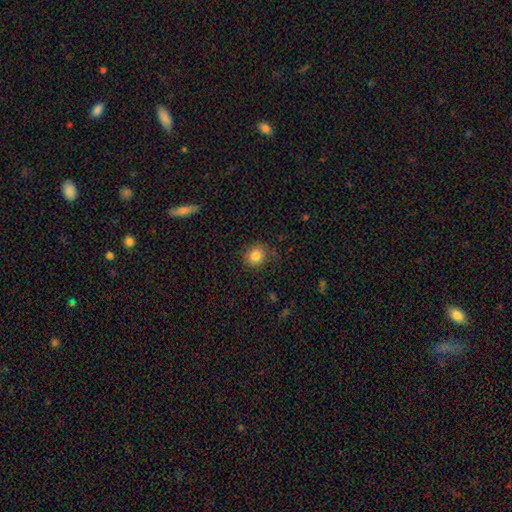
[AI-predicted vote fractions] A smooth galaxy with no disk features (84%) that is round (80%).

Vote fractions:
- Smooth or featured? smooth: 84% / star or artifact: 10% / featured or disk: 6%
- How rounded? round: 80% / in between: 19% / cigar-shaped: 1%
- Merging? none: 81% / minor disturbance: 14% / major disturbance: 4% / merger: 1%